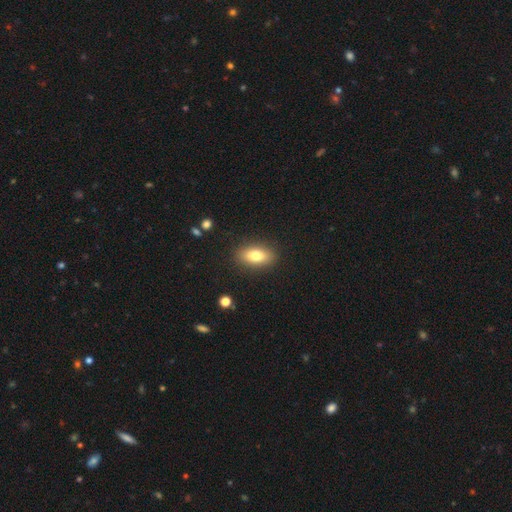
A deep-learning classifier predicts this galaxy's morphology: type=smooth (78%); roundness=in between (86%); merging=none (88%).